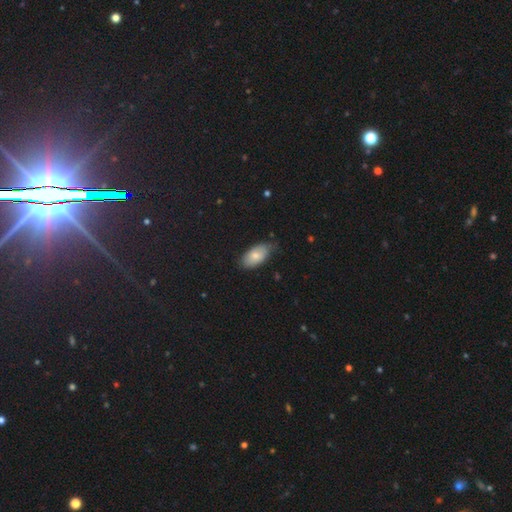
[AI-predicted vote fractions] This appears to be a smooth galaxy with no disk features (76%) that is in between round and cigar-shaped (94%). Merging: none (67%).